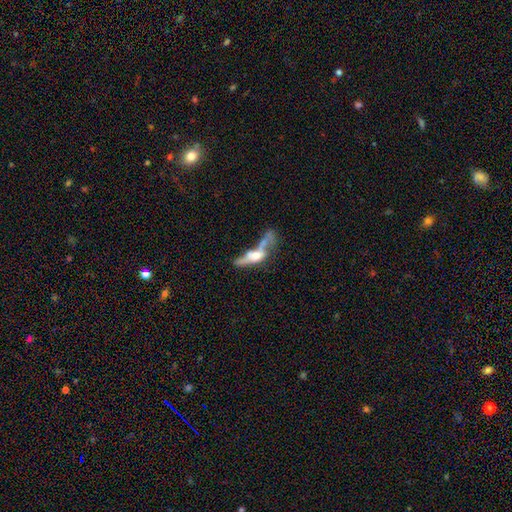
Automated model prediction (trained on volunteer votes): smooth_or_featured: featured or disk (p=0.54) [alt: smooth p=0.37]
disk_edge_on: no (p=0.55) [alt: yes p=0.45]
merging: merger (p=0.37) [alt: major disturbance p=0.31]